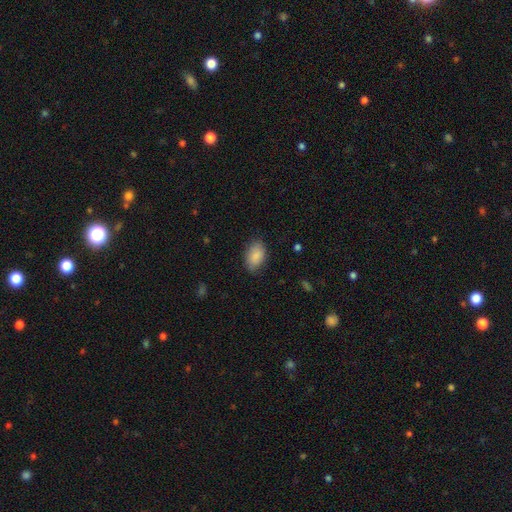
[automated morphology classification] smooth 89%, star or artifact 6%, featured or disk 5%. Down the decision tree: how rounded — in between (91%); merging — none (82%).